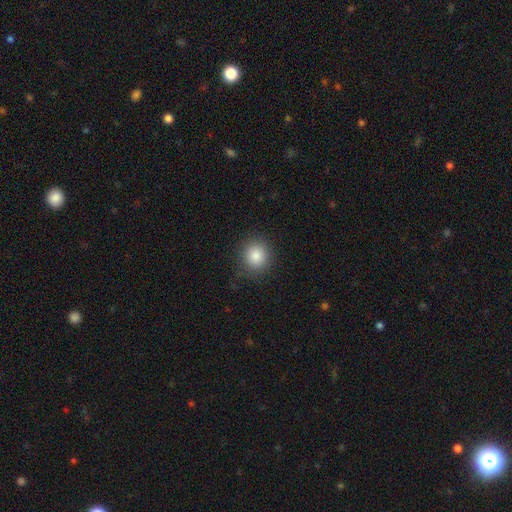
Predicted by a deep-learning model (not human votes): Smooth or featured?
  - smooth: 85% *
  - star or artifact: 10%
  - featured or disk: 5%
How rounded?
  - round: 82% *
  - in between: 17%
  - cigar-shaped: 1%
Merging?
  - none: 86% *
  - minor disturbance: 9%
  - major disturbance: 3%
  - merger: 1%